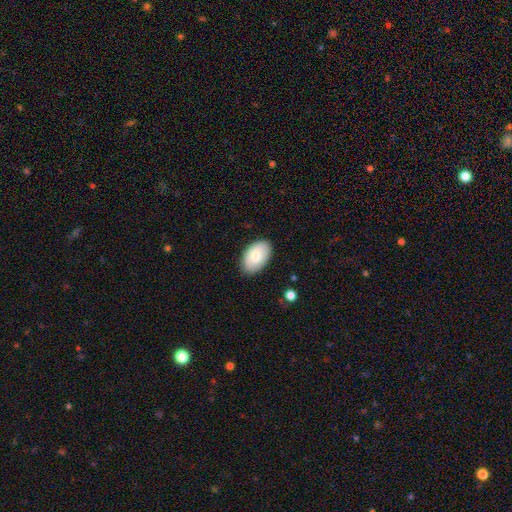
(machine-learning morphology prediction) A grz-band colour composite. It shows a smooth galaxy with no disk features (78%) that is in between round and cigar-shaped (94%). Merging: none (85%).